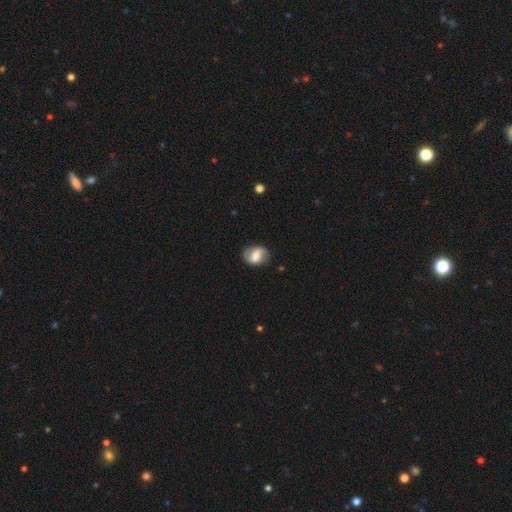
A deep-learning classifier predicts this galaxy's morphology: This appears to be a featured or disk galaxy (54%) with a weak bar (43%), spiral arms (80%) and a moderate central bulge (42%). Merging: none (74%).